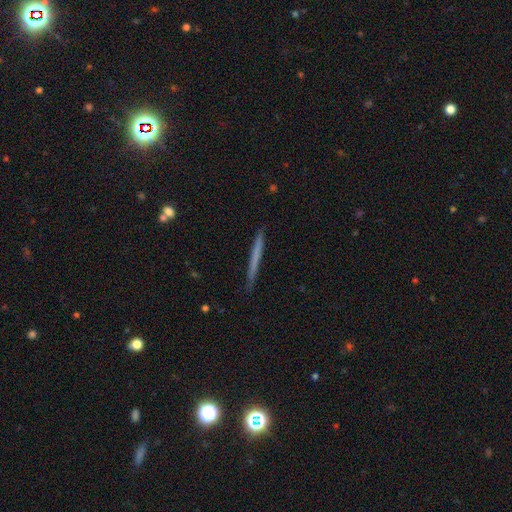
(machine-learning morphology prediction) Q: Smooth or featured?
A: smooth (56%); runner-up: featured or disk (39%)
Q: How rounded?
A: cigar-shaped (97%); runner-up: in between (2%)
Q: Merging?
A: none (89%); runner-up: minor disturbance (8%)